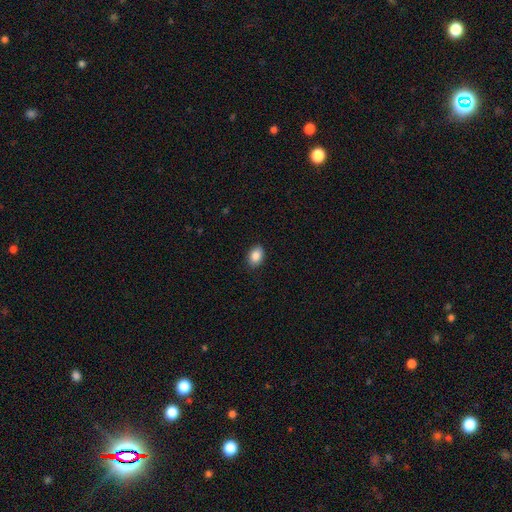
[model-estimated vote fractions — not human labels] Smooth or featured: smooth — 88% (star or artifact — 8%)
How rounded: in between — 77% (round — 22%)
Merging: none — 87% (minor disturbance — 10%)